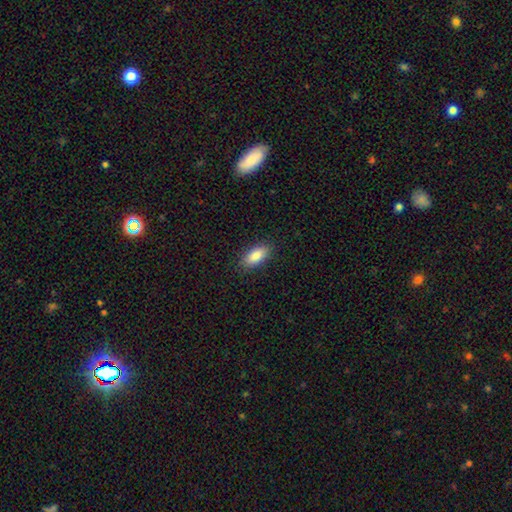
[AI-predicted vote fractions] Overall: smooth (85%). How rounded: in between (87%). Merging: none (88%).